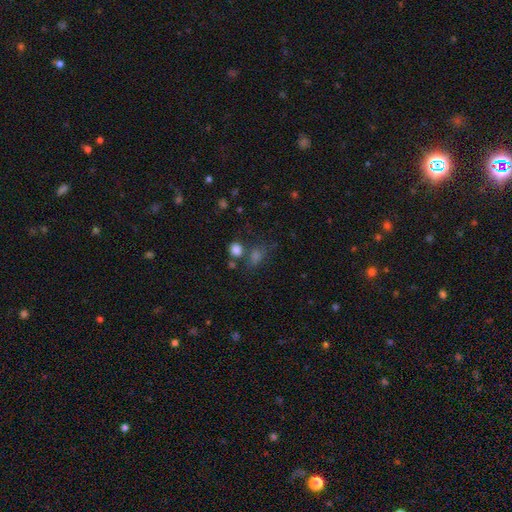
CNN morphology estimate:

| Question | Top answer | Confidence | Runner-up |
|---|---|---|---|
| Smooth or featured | smooth | 53% | star or artifact (37%) |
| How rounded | in between | 50% | round (46%) |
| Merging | none | 61% | merger (16%) |